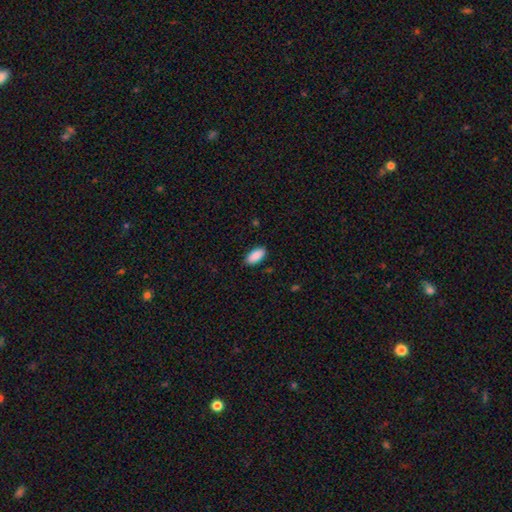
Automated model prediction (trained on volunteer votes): This appears to be a smooth galaxy with no disk features (90%) that is in between round and cigar-shaped (92%). Merging: none (88%).